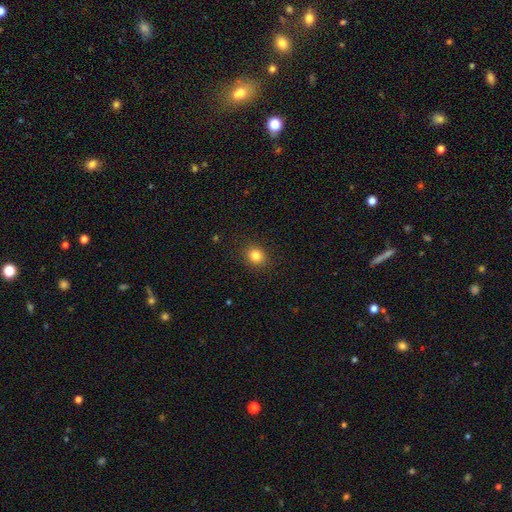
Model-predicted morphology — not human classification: This is clearly a smooth galaxy (83%). How rounded: likely round (73%). Merging: clearly none (89%).